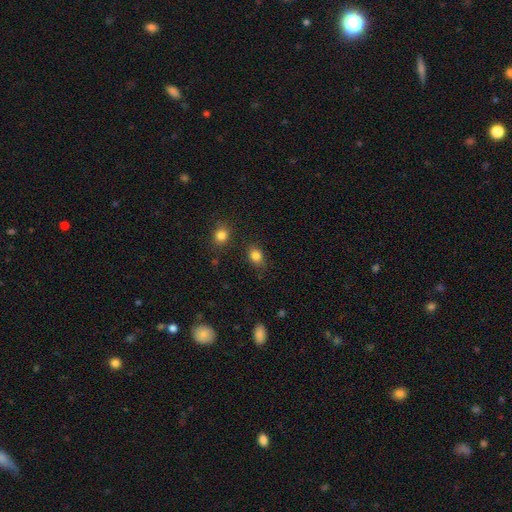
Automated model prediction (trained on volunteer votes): This appears to be a smooth galaxy with no disk features (84%) that is in between round and cigar-shaped (59%). Merging: none (78%).